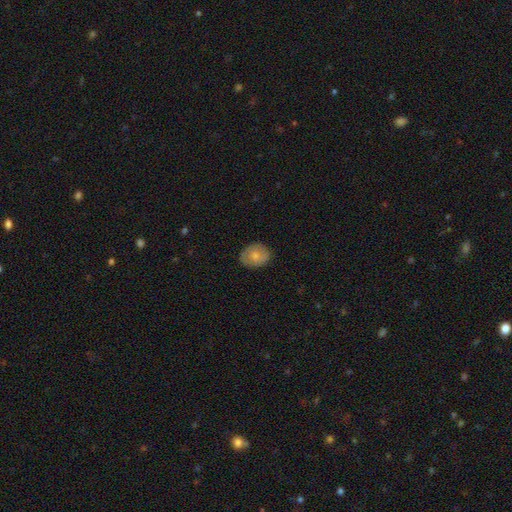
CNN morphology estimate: smooth 70%, featured or disk 23%, star or artifact 7%. Down the decision tree: how rounded — round (55%); merging — none (81%).